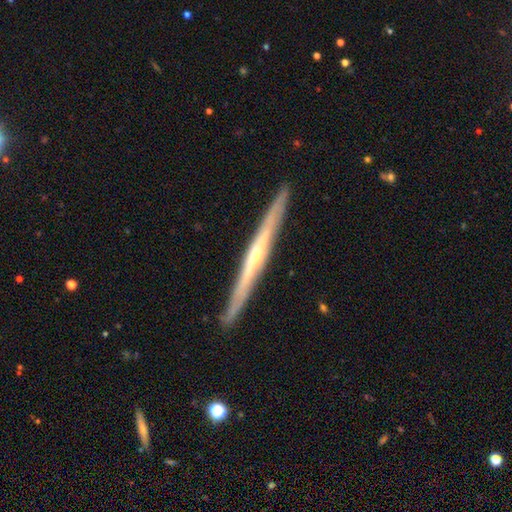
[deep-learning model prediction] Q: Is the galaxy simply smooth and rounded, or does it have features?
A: featured or disk — 79%.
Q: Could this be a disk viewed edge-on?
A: yes — 98%.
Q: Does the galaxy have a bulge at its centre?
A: rounded — 66%.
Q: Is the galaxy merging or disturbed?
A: none — 92%.